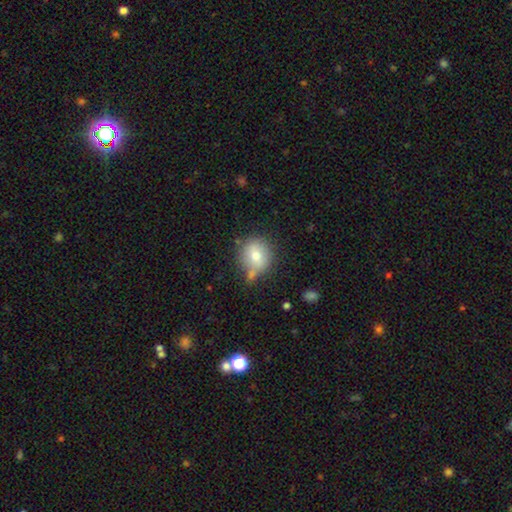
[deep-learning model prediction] smooth-or-featured: smooth: 73% | featured or disk: 17% | star or artifact: 10%
  how-rounded: round: 84% | in between: 15% | cigar-shaped: 1%
  merging: none: 66% | minor disturbance: 17% | merger: 12% | major disturbance: 5%